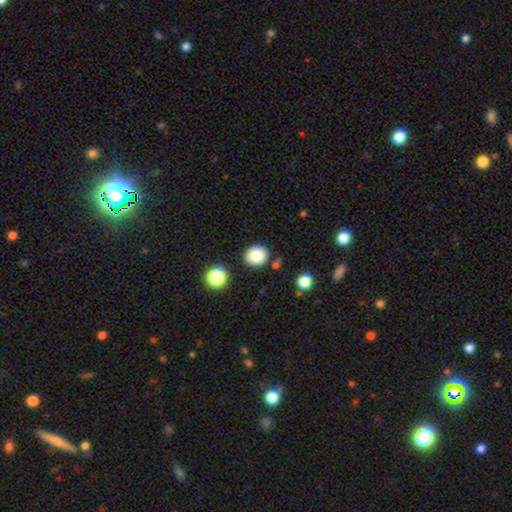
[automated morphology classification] A smooth galaxy with no disk features (82%) that is round (74%).

Vote fractions:
- Smooth or featured? smooth: 82% / star or artifact: 11% / featured or disk: 7%
- How rounded? round: 74% / in between: 25% / cigar-shaped: 1%
- Merging? none: 84% / minor disturbance: 9% / merger: 5% / major disturbance: 2%